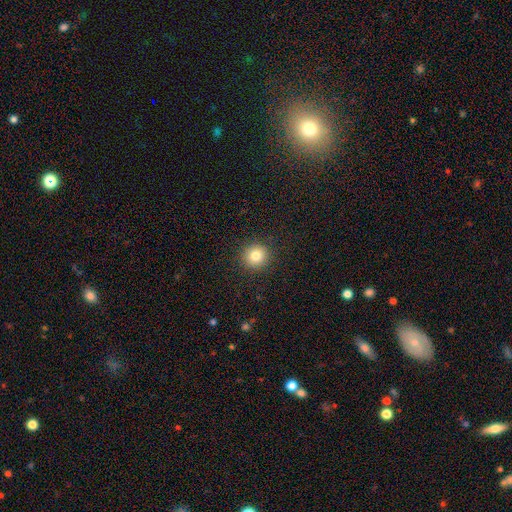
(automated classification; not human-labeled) smooth-or-featured: smooth: 81% | star or artifact: 12% | featured or disk: 7%
  how-rounded: round: 94% | in between: 5% | cigar-shaped: 1%
  merging: none: 92% | minor disturbance: 5% | major disturbance: 2% | merger: 1%